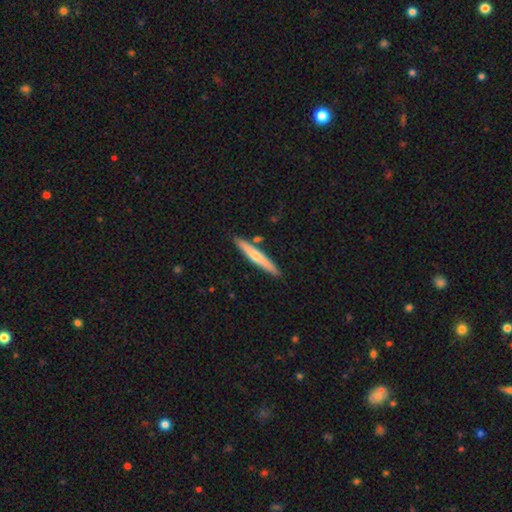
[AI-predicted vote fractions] A smooth galaxy with no disk features (58%) that is cigar-shaped (94%). Merging: none (84%).